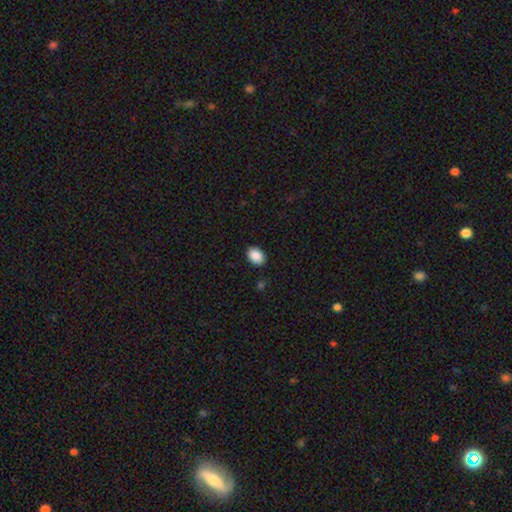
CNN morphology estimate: The model was most divided on "how rounded": in between: 77%, round: 22%, cigar-shaped: 1%. More confident: merging — none (89%); smooth or featured — smooth (89%).